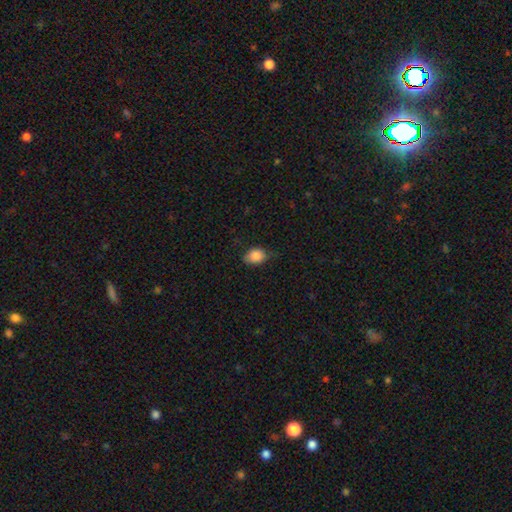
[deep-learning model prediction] The model was most divided on "merging": none: 64%, minor disturbance: 29%, major disturbance: 6%, merger: 1%. More confident: smooth or featured — smooth (85%); how rounded — in between (68%).